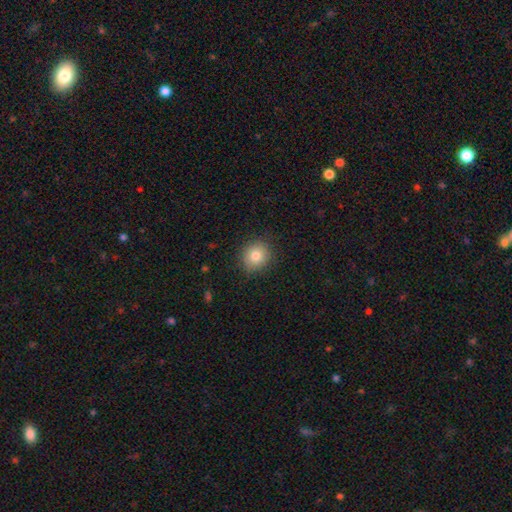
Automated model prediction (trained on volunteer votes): Smooth or featured: smooth — 81% (star or artifact — 11%)
How rounded: round — 84% (in between — 15%)
Merging: none — 87% (minor disturbance — 10%)